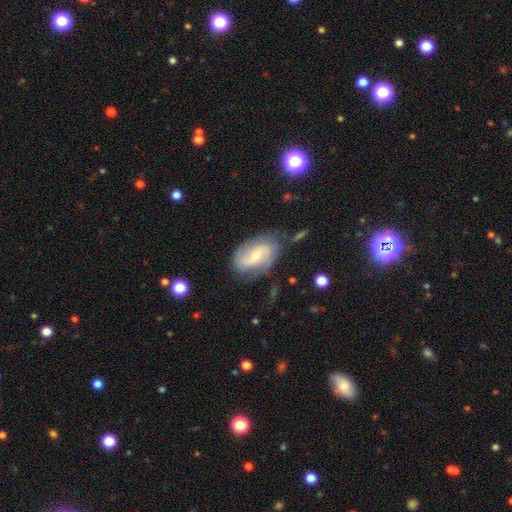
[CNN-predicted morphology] smooth_or_featured: featured or disk (p=0.74) [alt: smooth p=0.20]
disk_edge_on: no (p=0.96) [alt: yes p=0.04]
bar: weak (p=0.43) [alt: no p=0.42]
has_spiral_arms: yes (p=0.91) [alt: no p=0.09]
spiral_winding: medium (p=0.44) [alt: tight p=0.30]
spiral_arm_count: 2 (p=0.78) [alt: can't tell p=0.13]
bulge_size: small (p=0.54) [alt: moderate p=0.42]
merging: none (p=0.67) [alt: minor disturbance p=0.22]